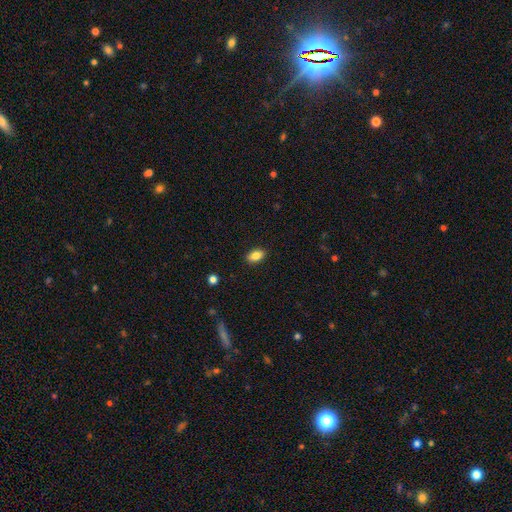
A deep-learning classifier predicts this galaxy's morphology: Smooth or featured: smooth — 85% (star or artifact — 8%)
How rounded: in between — 89% (round — 8%)
Merging: none — 89% (minor disturbance — 8%)